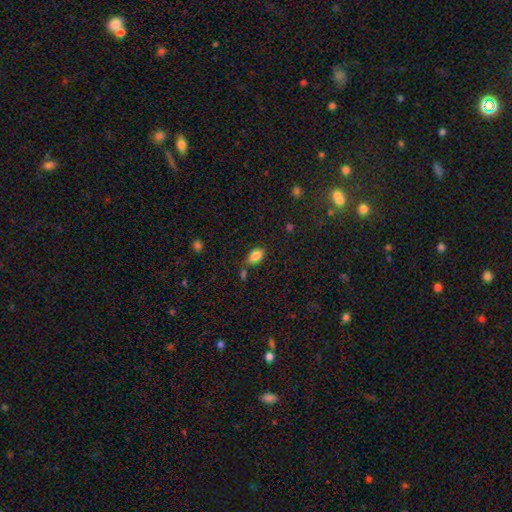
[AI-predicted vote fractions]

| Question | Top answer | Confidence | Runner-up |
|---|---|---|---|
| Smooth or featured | smooth | 84% | star or artifact (9%) |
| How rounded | in between | 90% | round (7%) |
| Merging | none | 66% | minor disturbance (19%) |